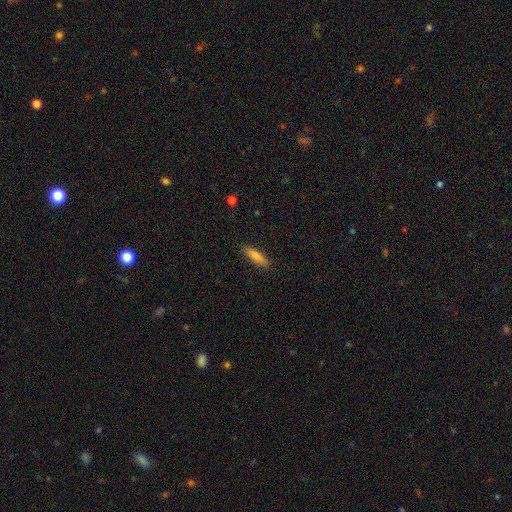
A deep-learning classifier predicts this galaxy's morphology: Smooth or featured? smooth (79%)
How rounded? cigar-shaped (69%)
Merging? none (88%)